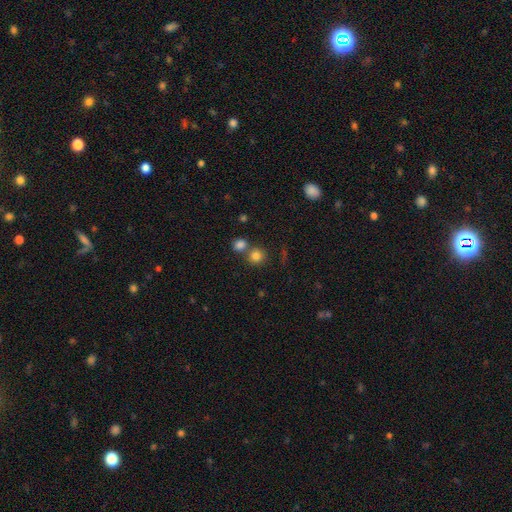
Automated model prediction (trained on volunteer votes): This is clearly a smooth galaxy (81%). How rounded: clearly round (90%). Merging: likely none (61%).